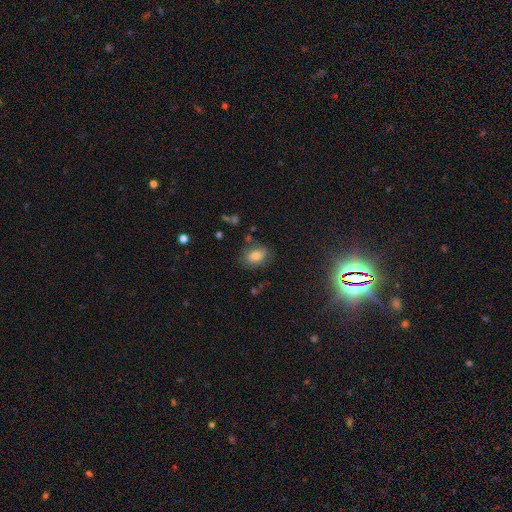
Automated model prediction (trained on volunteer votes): A smooth galaxy with no disk features (77%) that is in between round and cigar-shaped (78%). Merging: none (72%).